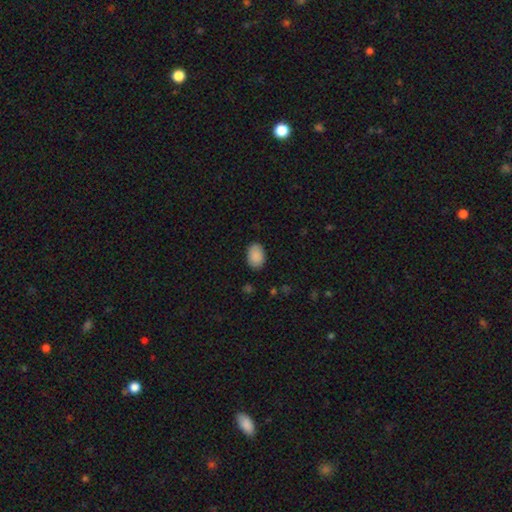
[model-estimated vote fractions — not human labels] A smooth galaxy with no disk features (90%) that is in between round and cigar-shaped (84%). Merging: none (86%).